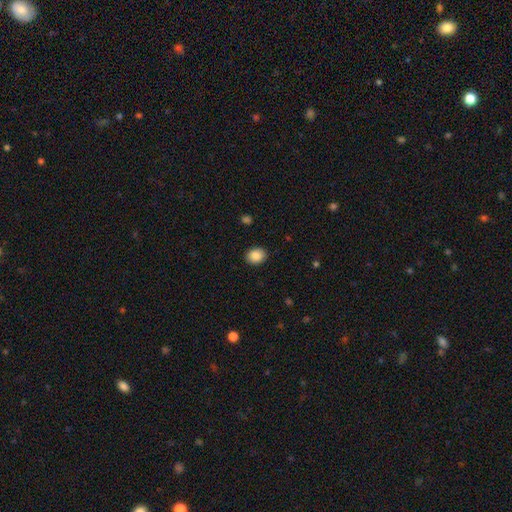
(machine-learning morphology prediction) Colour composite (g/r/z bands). It shows a smooth galaxy with no disk features (87%) that is in between round and cigar-shaped (51%). Merging: none (90%).